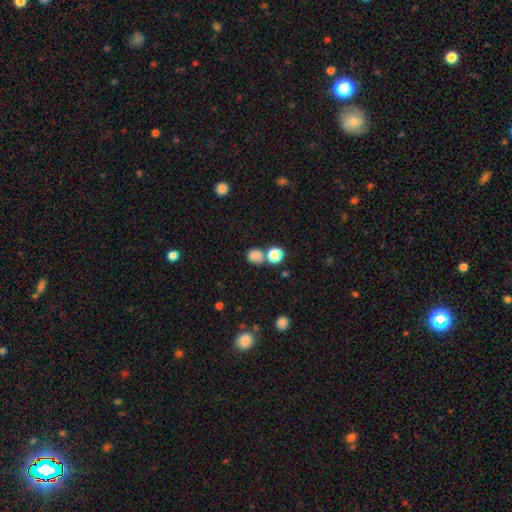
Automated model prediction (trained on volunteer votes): A smooth galaxy with no disk features (78%) that is round (67%). Merging: none (53%).